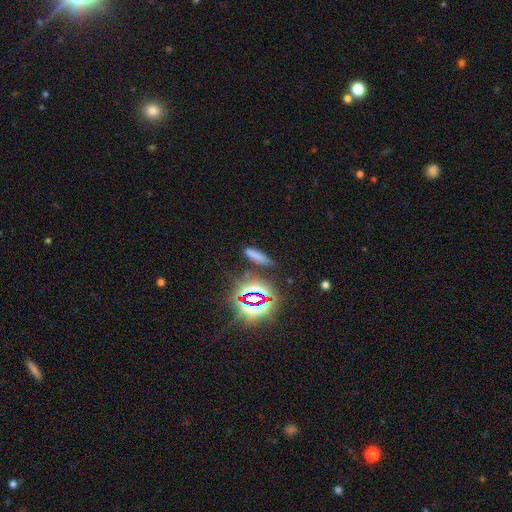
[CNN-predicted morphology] smooth-or-featured: smooth: 61% | star or artifact: 29% | featured or disk: 10%
  how-rounded: cigar-shaped: 64% | in between: 31% | round: 5%
  merging: none: 73% | minor disturbance: 16% | major disturbance: 6% | merger: 5%